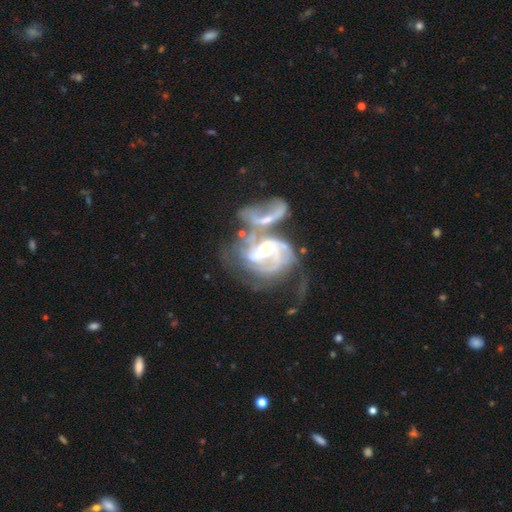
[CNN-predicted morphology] Smooth or featured: featured or disk — 84% (smooth — 9%)
Edge-on disk: no — 97% (yes — 3%)
Bar: no — 56% (weak — 30%)
Spiral arms: yes — 87% (no — 13%)
Spiral winding: tight — 39% (tied with medium — 39%)
Spiral arm count: 2 — 34% (can't tell — 32%)
Bulge size: moderate — 60% (small — 29%)
Merging: merger — 62% (major disturbance — 20%)